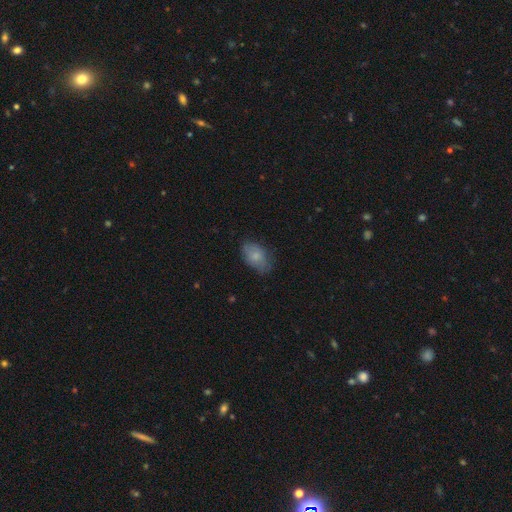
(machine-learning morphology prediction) A smooth galaxy with no disk features (78%) that is in between round and cigar-shaped (89%).

Vote fractions:
- Smooth or featured? smooth: 78% / featured or disk: 15% / star or artifact: 7%
- How rounded? in between: 89% / round: 9% / cigar-shaped: 1%
- Merging? none: 66% / minor disturbance: 26% / major disturbance: 6% / merger: 1%